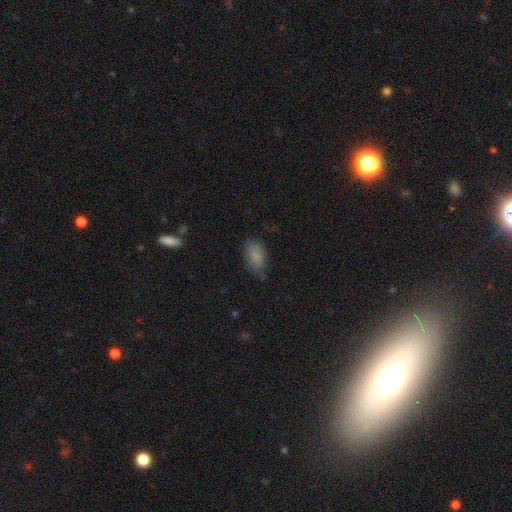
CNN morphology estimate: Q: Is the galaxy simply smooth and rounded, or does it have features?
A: smooth — 84%.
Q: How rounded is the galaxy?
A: in between — 92%.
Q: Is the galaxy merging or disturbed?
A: none — 68%.